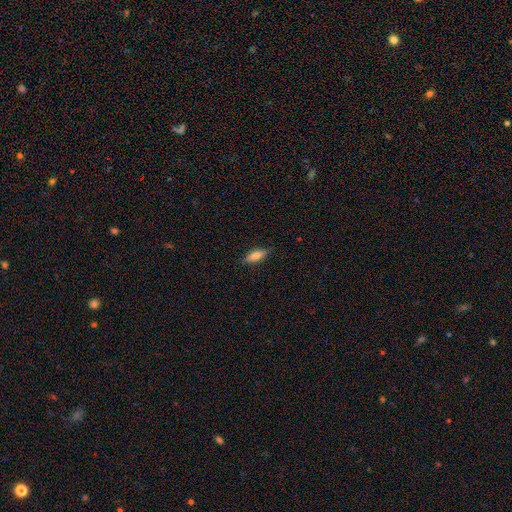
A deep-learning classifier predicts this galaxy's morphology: A smooth galaxy with no disk features (71%) that is in between round and cigar-shaped (60%). Merging: none (84%).